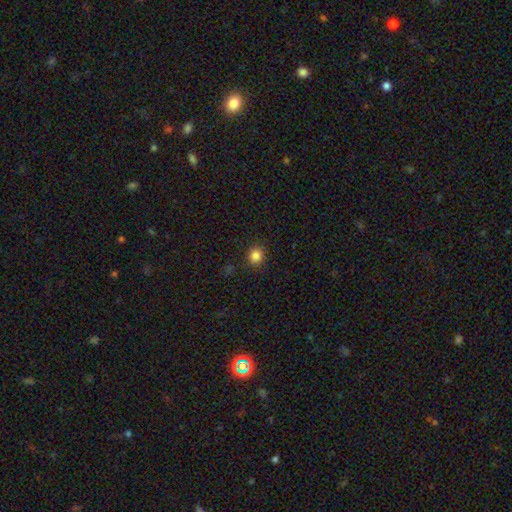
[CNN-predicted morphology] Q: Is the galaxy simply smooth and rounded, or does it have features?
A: smooth — 84%.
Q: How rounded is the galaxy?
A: round — 85%.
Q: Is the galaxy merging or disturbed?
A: none — 90%.